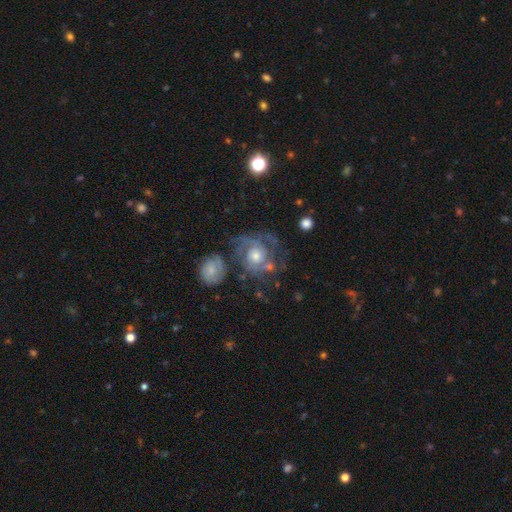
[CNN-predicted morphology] type=featured or disk (76%); edge-on=no (97%); bar=no (80%); spiral arms=yes (86%); winding=tight (50%); arm count=can't tell (34%); bulge=moderate (58%); merging=none (52%).